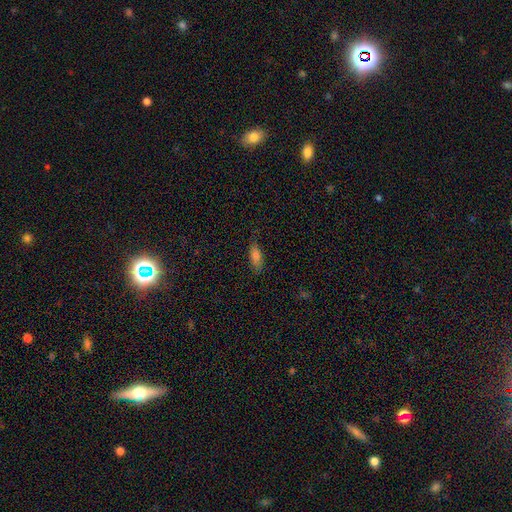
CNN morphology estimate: smooth_or_featured: smooth (p=0.81) [alt: featured or disk p=0.11]
how_rounded: in between (p=0.72) [alt: cigar-shaped p=0.26]
merging: none (p=0.74) [alt: minor disturbance p=0.20]